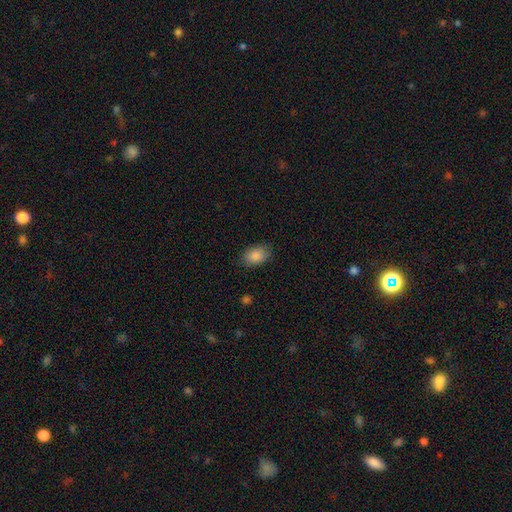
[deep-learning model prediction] smooth-or-featured: smooth: 87% | star or artifact: 7% | featured or disk: 5%
  how-rounded: in between: 87% | round: 12% | cigar-shaped: 1%
  merging: none: 84% | minor disturbance: 12% | major disturbance: 3% | merger: 1%